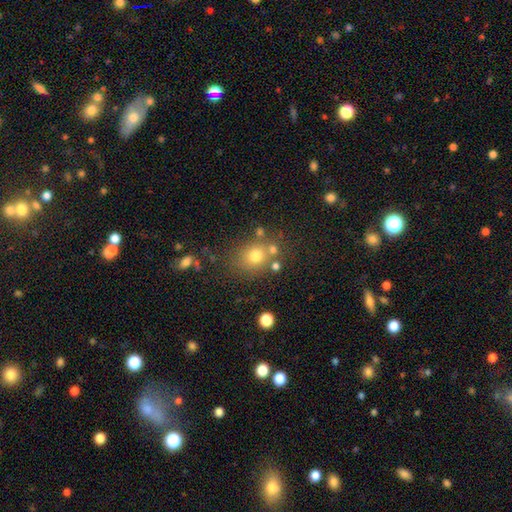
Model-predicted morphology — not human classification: type=smooth (71%); roundness=round (71%); merging=none (68%).